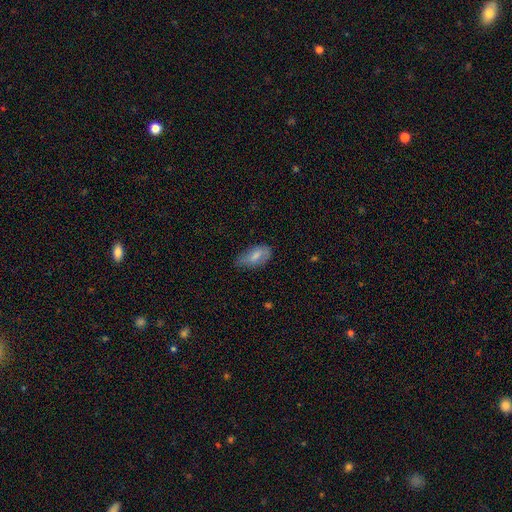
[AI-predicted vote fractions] Smooth or featured? smooth (75%)
How rounded? in between (90%)
Merging? none (59%)